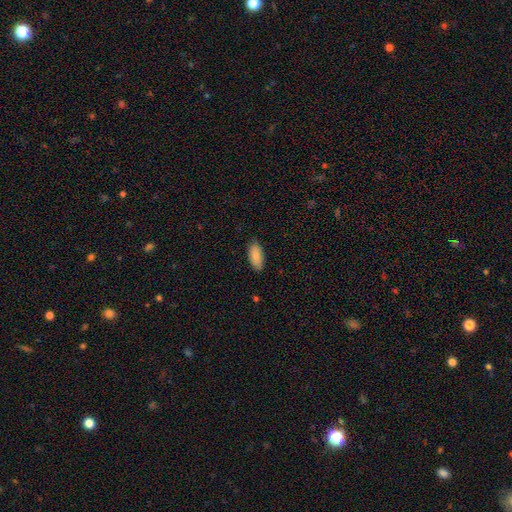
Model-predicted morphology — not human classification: Smooth or featured?
  - smooth: 88% *
  - star or artifact: 6%
  - featured or disk: 6%
How rounded?
  - in between: 89% *
  - cigar-shaped: 9%
  - round: 2%
Merging?
  - none: 85% *
  - minor disturbance: 12%
  - major disturbance: 2%
  - merger: 1%